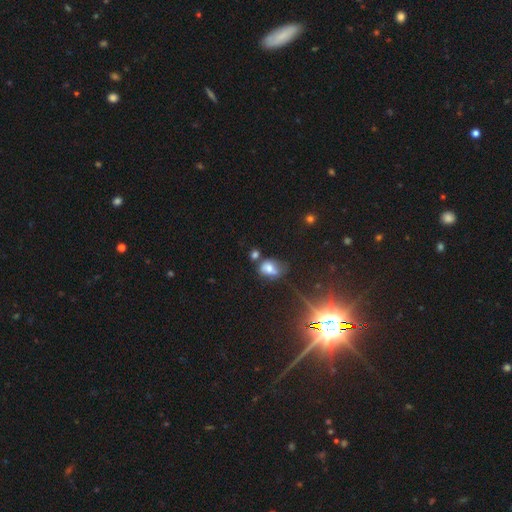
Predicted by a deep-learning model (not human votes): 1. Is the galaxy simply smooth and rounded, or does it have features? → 42% star or artifact, 40% smooth, 19% featured or disk.